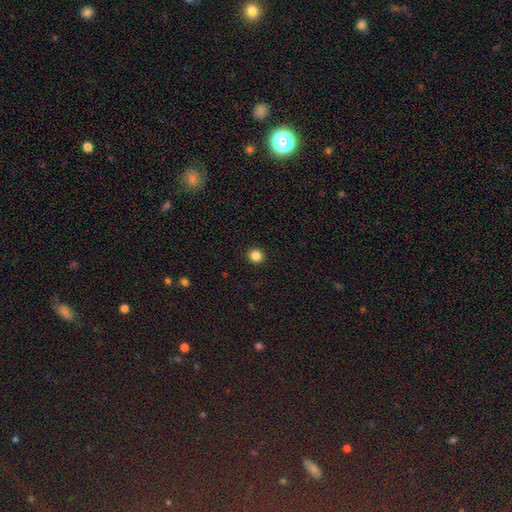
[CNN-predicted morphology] A smooth galaxy with no disk features (85%) that is round (89%).

Vote fractions:
- Smooth or featured? smooth: 85% / star or artifact: 11% / featured or disk: 3%
- How rounded? round: 89% / in between: 10% / cigar-shaped: 1%
- Merging? none: 93% / minor disturbance: 4% / major disturbance: 2% / merger: 1%